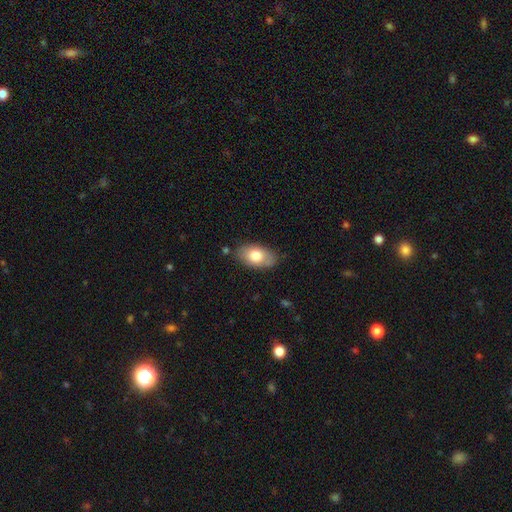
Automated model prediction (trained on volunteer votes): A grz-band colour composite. It shows a smooth galaxy with no disk features (76%) that is in between round and cigar-shaped (93%). Merging: none (80%).